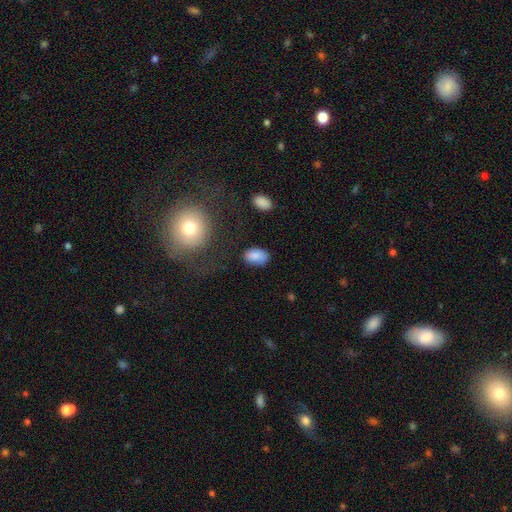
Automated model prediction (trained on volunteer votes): Smooth or featured? smooth (84%)
How rounded? in between (88%)
Merging? none (73%)